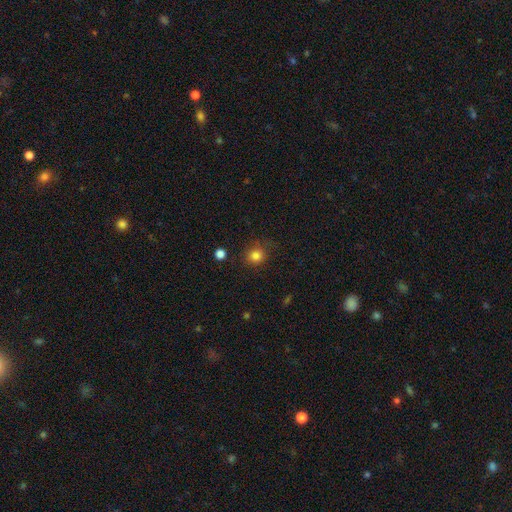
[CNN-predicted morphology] Smooth or featured?
  - smooth: 82% *
  - star or artifact: 13%
  - featured or disk: 5%
How rounded?
  - round: 85% *
  - in between: 14%
  - cigar-shaped: 1%
Merging?
  - none: 80% *
  - minor disturbance: 14%
  - major disturbance: 4%
  - merger: 2%